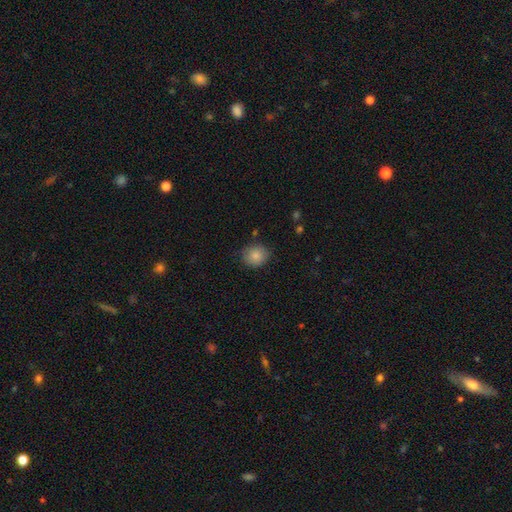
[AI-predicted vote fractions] Morphology: type=smooth (84%); roundness=round (74%); merging=none (81%).